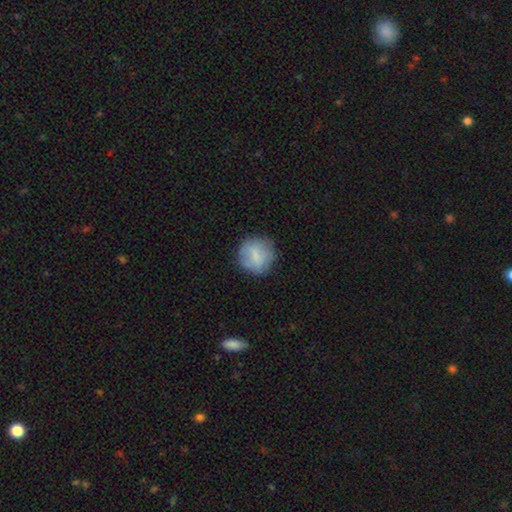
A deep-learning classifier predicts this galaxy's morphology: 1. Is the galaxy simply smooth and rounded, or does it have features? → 75% smooth, 18% featured or disk, 7% star or artifact.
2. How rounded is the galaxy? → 90% round, 9% in between, 1% cigar-shaped.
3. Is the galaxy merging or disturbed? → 77% none, 16% minor disturbance, 5% major disturbance, 2% merger.